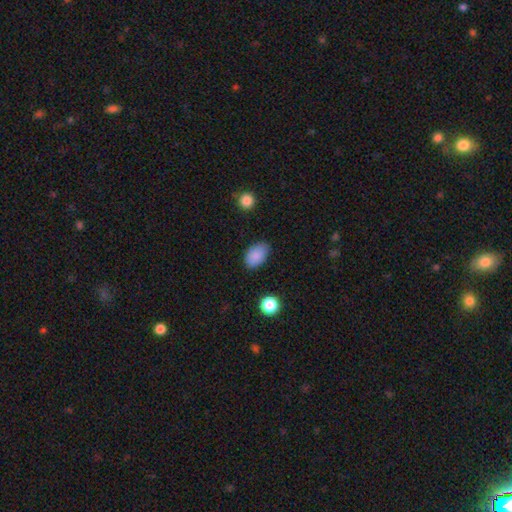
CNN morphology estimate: A smooth galaxy with no disk features (87%) that is in between round and cigar-shaped (89%).

Vote fractions:
- Smooth or featured? smooth: 87% / star or artifact: 8% / featured or disk: 5%
- How rounded? in between: 89% / round: 9% / cigar-shaped: 1%
- Merging? none: 78% / minor disturbance: 17% / major disturbance: 3% / merger: 2%